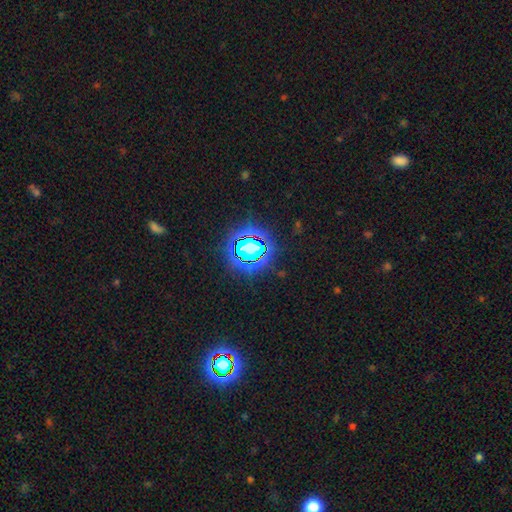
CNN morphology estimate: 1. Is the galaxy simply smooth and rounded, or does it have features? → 69% star or artifact, 20% smooth, 11% featured or disk.